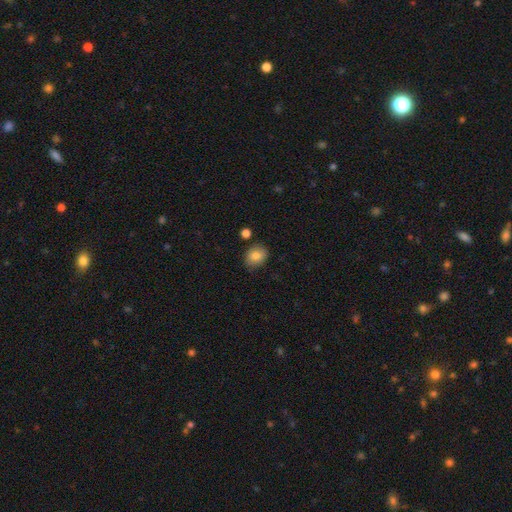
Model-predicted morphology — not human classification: smooth 83%, star or artifact 9%, featured or disk 8%. Down the decision tree: how rounded — round (55%); merging — none (80%).